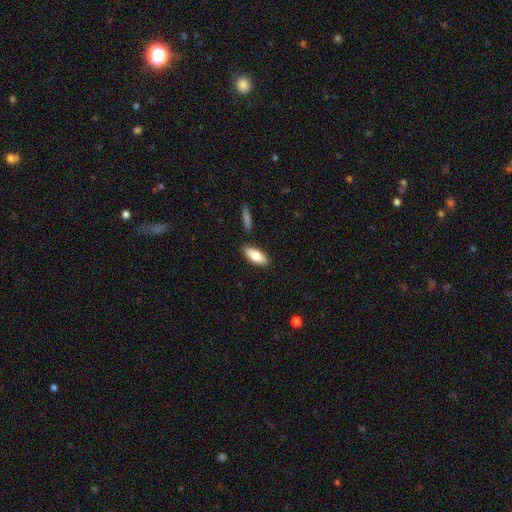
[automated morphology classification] This appears to be a smooth galaxy with no disk features (77%) that is in between round and cigar-shaped (80%). Merging: none (84%).